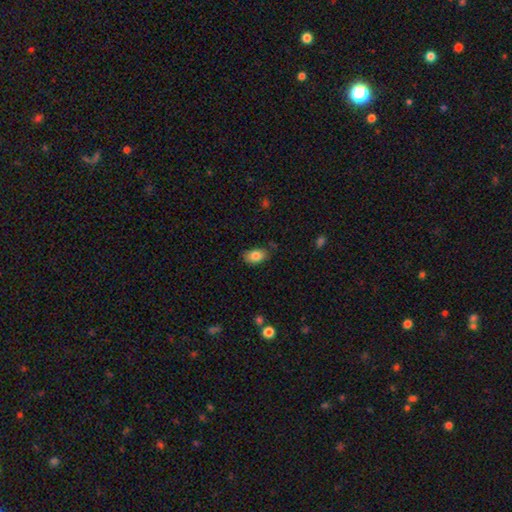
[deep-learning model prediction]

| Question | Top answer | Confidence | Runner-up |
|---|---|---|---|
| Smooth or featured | smooth | 84% | featured or disk (8%) |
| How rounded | in between | 90% | round (8%) |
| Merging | none | 77% | minor disturbance (17%) |